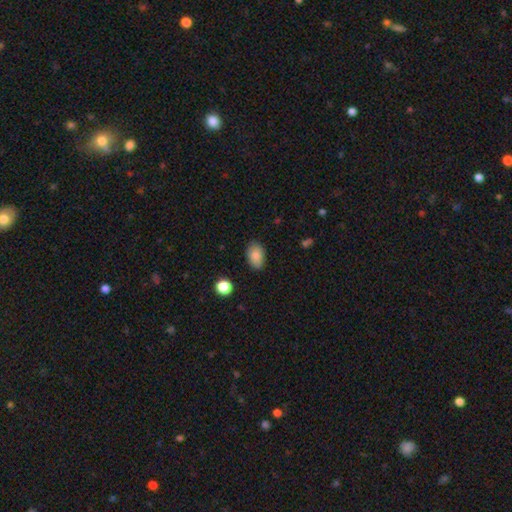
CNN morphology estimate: smooth 82%, featured or disk 9%, star or artifact 8%. Down the decision tree: how rounded — in between (86%); merging — none (80%).